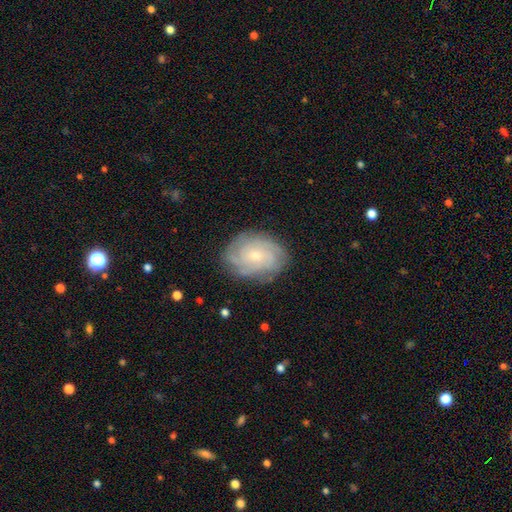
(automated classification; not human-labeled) This appears to be a featured or disk galaxy (73%) with no bar (73%), tight (69%) spiral arms (93%) and a small central bulge (60%). Merging: none (79%).